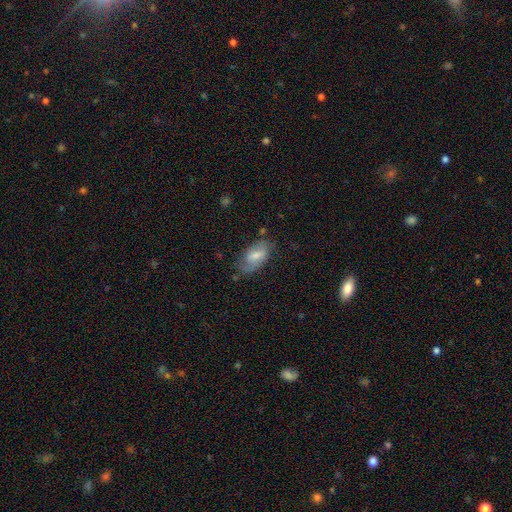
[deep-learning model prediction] Smooth or featured? smooth (63%)
How rounded? in between (92%)
Merging? none (59%)